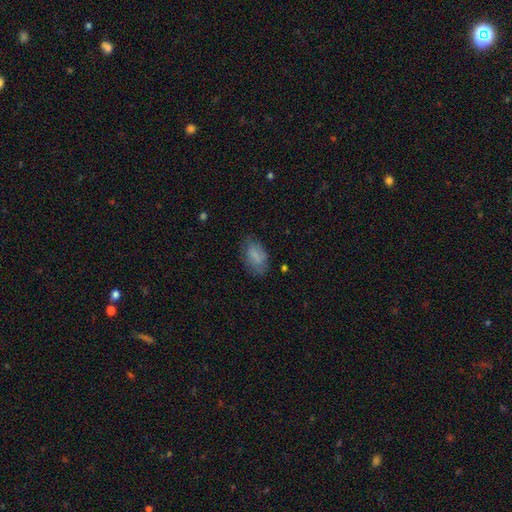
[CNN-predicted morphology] The model was most divided on "merging": none: 68%, minor disturbance: 23%, major disturbance: 8%, merger: 2%. More confident: how rounded — in between (91%); smooth or featured — smooth (76%).